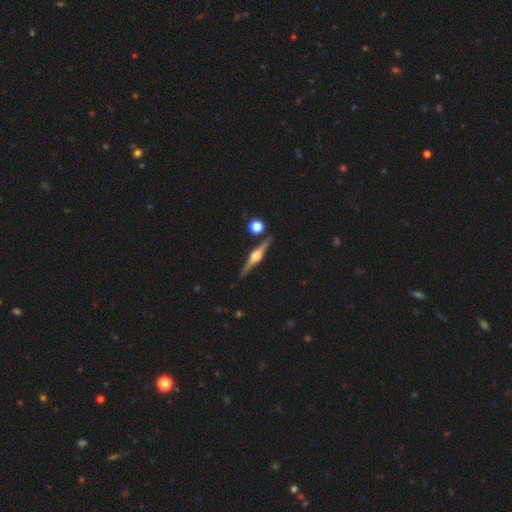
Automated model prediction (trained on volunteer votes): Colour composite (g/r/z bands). It shows a featured or disk galaxy (83%) viewed edge-on (98%) with a rounded central bulge (93%). Merging: none (89%).